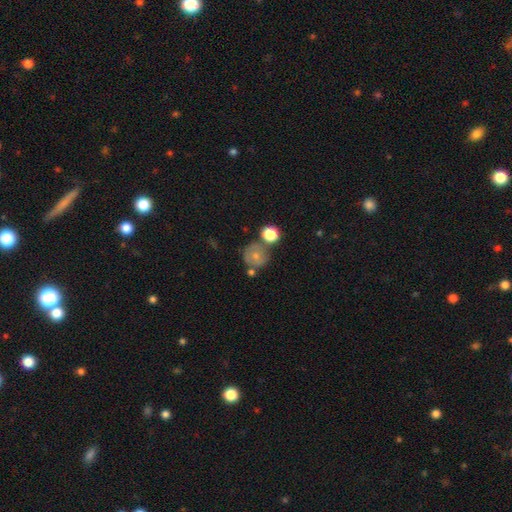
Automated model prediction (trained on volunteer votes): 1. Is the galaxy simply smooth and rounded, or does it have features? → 63% smooth, 26% featured or disk, 12% star or artifact.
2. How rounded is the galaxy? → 88% round, 11% in between, 1% cigar-shaped.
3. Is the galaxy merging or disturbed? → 56% none, 20% merger, 17% minor disturbance, 7% major disturbance.